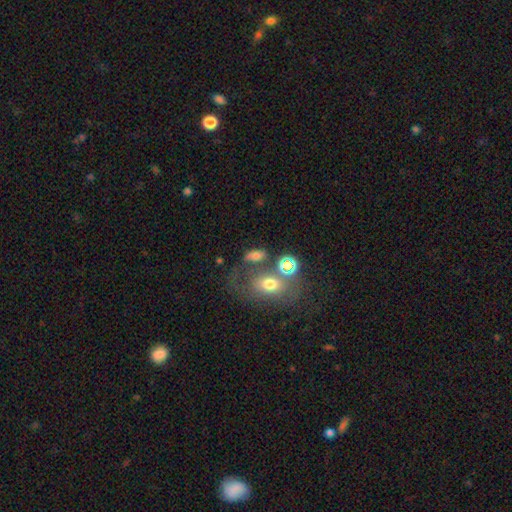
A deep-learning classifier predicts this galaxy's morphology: This appears to be a smooth galaxy with no disk features (64%) that is in between round and cigar-shaped (77%). Merging: none (47%).